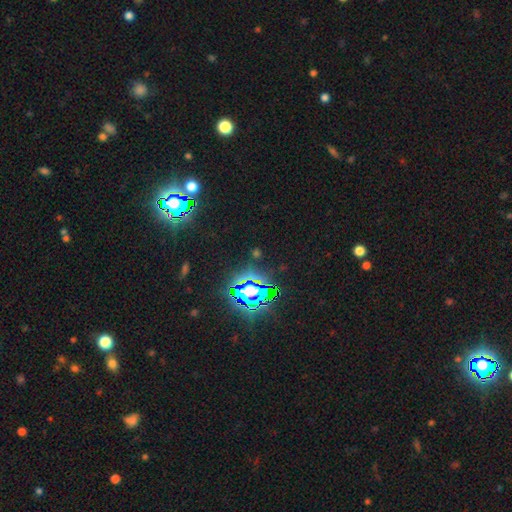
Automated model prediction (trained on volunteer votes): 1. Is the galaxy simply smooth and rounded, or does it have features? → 77% star or artifact, 14% smooth, 9% featured or disk.